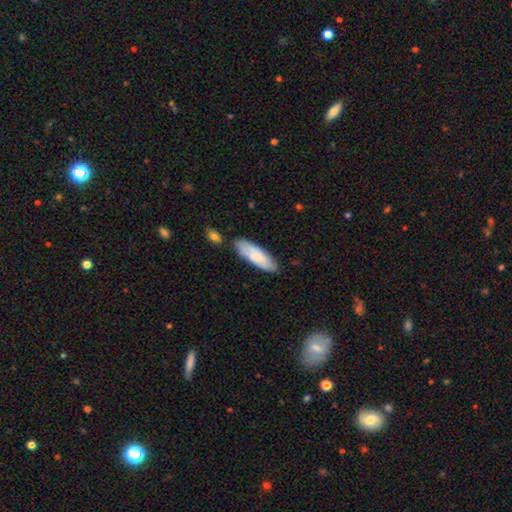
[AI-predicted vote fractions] Smooth or featured? Predicted: smooth (p=0.80). How rounded? Predicted: in between (p=0.55). Merging? Predicted: none (p=0.80).